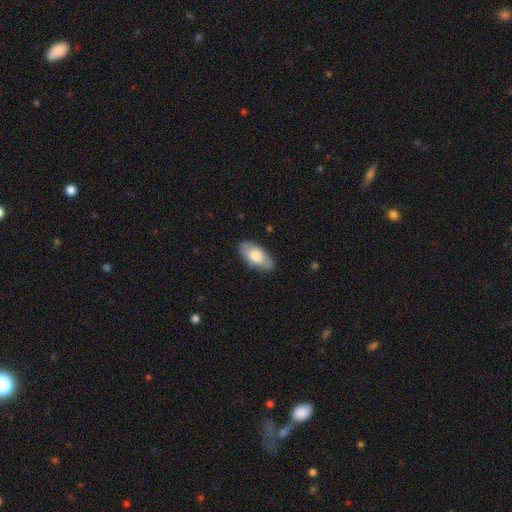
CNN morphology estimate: A smooth galaxy with no disk features (70%) that is in between round and cigar-shaped (92%). Merging: none (81%).